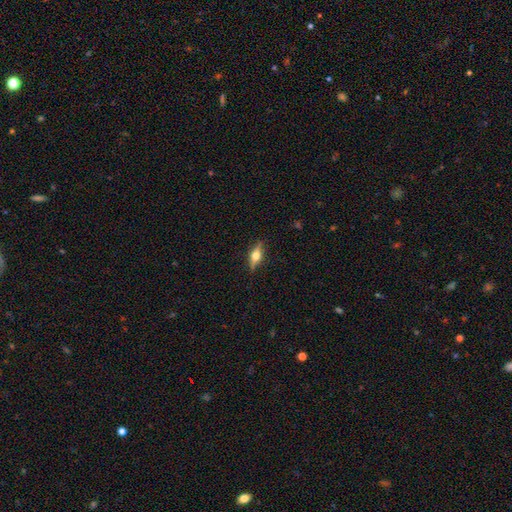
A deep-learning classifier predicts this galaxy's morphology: featured or disk 62%, smooth 31%, star or artifact 7%. Down the decision tree: edge-on disk — yes (95%); edge-on bulge — rounded (94%); merging — none (87%).